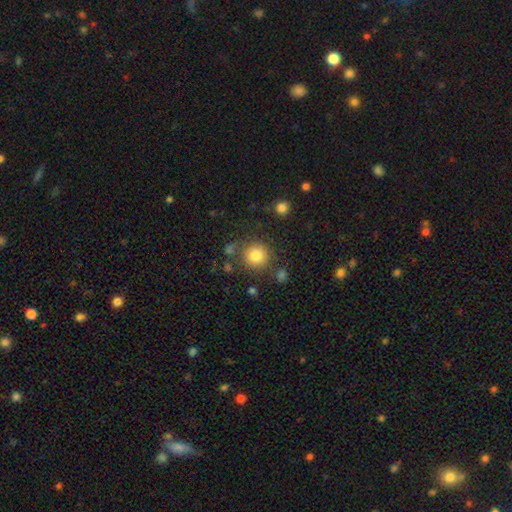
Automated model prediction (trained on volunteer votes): Smooth or featured: smooth — 82% (star or artifact — 11%)
How rounded: round — 92% (in between — 7%)
Merging: none — 79% (minor disturbance — 10%)